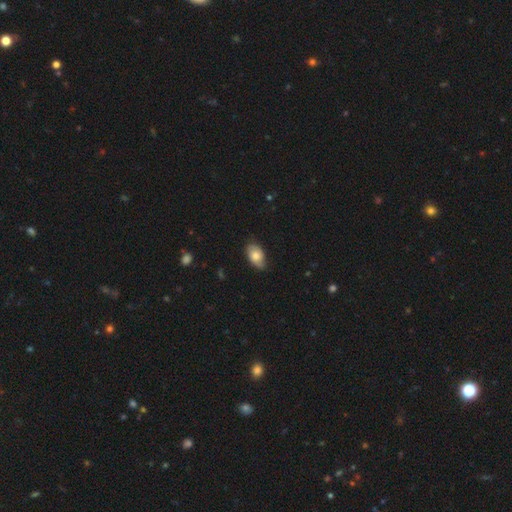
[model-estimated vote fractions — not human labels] Smooth or featured? smooth (73%)
How rounded? in between (92%)
Merging? none (73%)